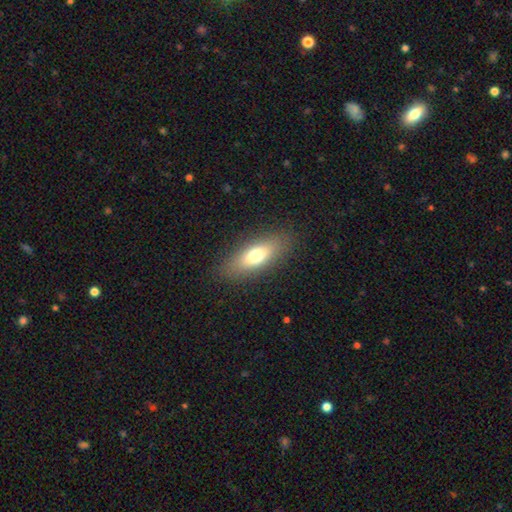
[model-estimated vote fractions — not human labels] Morphology: type=smooth (68%); roundness=in between (69%); merging=none (86%).